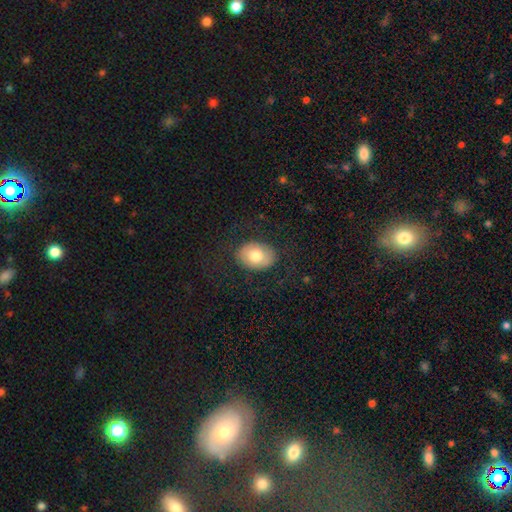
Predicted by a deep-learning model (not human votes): smooth 76%, featured or disk 17%, star or artifact 7%. Down the decision tree: how rounded — in between (77%); merging — none (83%).